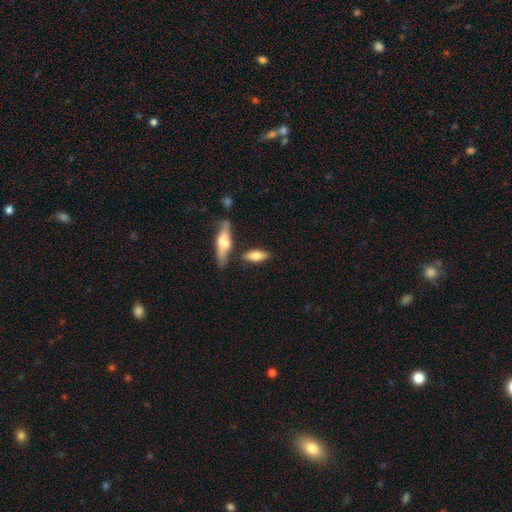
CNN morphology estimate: This appears to be a smooth galaxy with no disk features (68%) that is in between round and cigar-shaped (64%). Merging: none (70%).